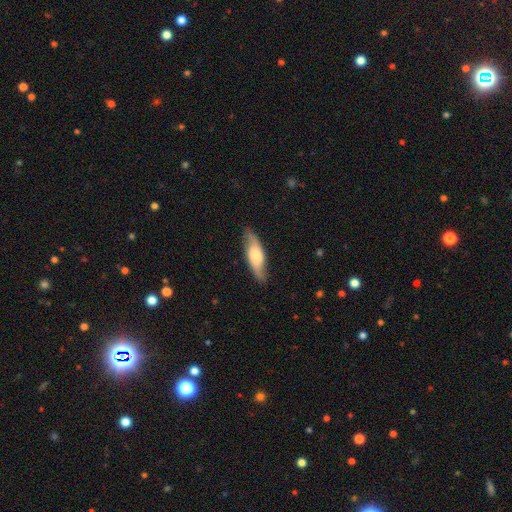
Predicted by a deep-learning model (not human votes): smooth_or_featured: featured or disk (p=0.50) [alt: smooth p=0.44]
disk_edge_on: no (p=0.64) [alt: yes p=0.36]
merging: none (p=0.81) [alt: minor disturbance p=0.14]